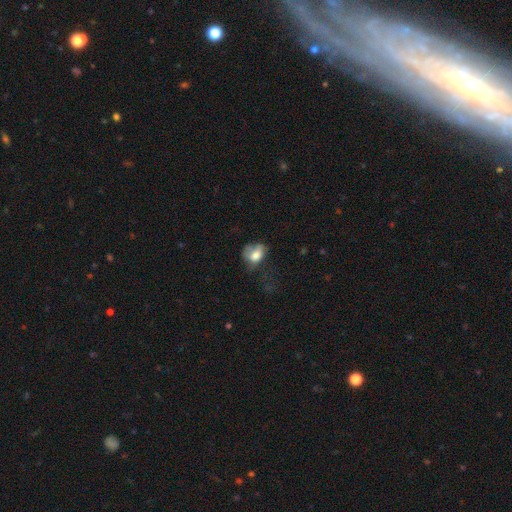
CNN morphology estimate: This is likely a smooth galaxy (69%). How rounded: likely in between (68%). Merging: marginally major disturbance (38%).